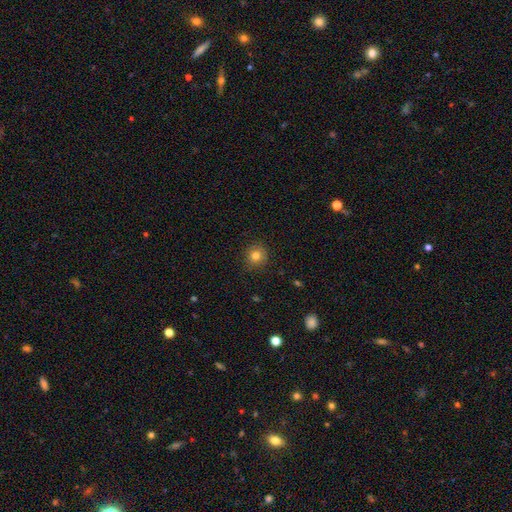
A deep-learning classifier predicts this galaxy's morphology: Smooth or featured? Predicted: smooth (p=0.81). How rounded? Predicted: round (p=0.89). Merging? Predicted: none (p=0.87).